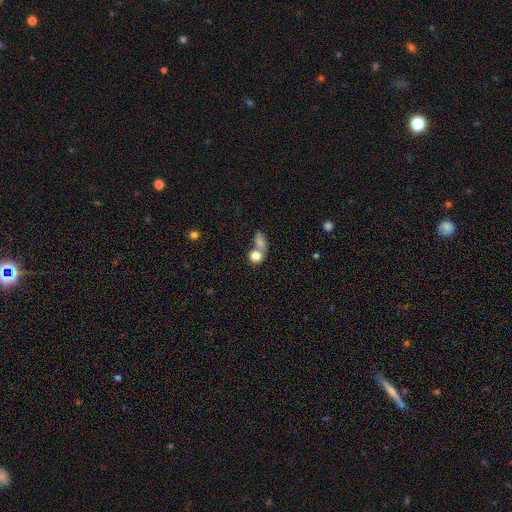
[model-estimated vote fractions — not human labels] Smooth or featured? smooth (79%)
How rounded? round (74%)
Merging? merger (49%)